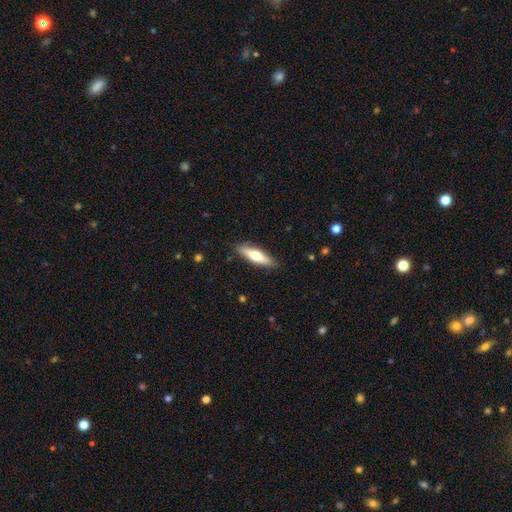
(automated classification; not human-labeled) Smooth or featured: smooth — 53% (featured or disk — 41%)
How rounded: cigar-shaped — 63% (in between — 35%)
Merging: none — 88% (minor disturbance — 9%)